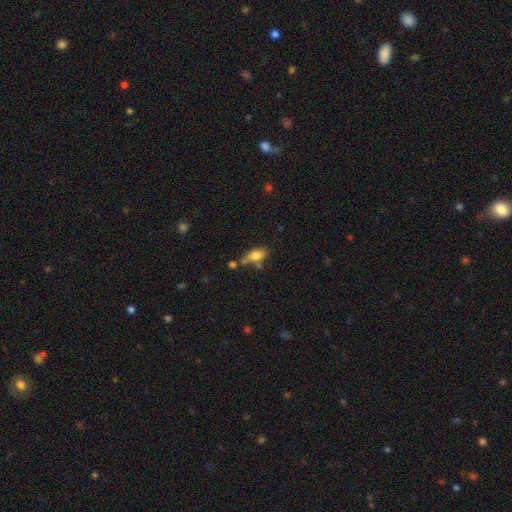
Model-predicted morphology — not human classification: Smooth or featured? smooth (74%)
How rounded? in between (82%)
Merging? none (45%)